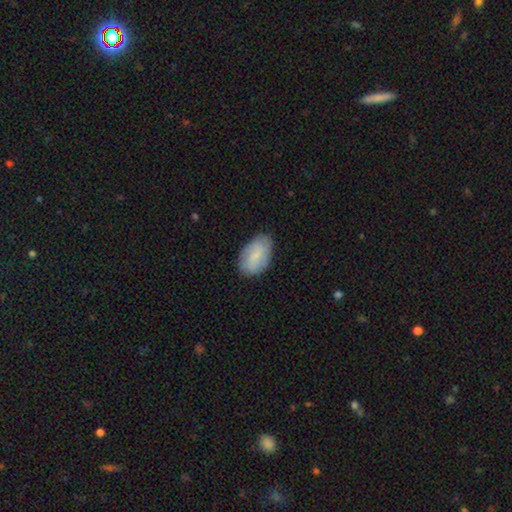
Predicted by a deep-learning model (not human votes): A smooth galaxy with no disk features (72%) that is in between round and cigar-shaped (92%).

Vote fractions:
- Smooth or featured? smooth: 72% / featured or disk: 21% / star or artifact: 6%
- How rounded? in between: 92% / round: 6% / cigar-shaped: 2%
- Merging? none: 78% / minor disturbance: 18% / major disturbance: 3% / merger: 1%